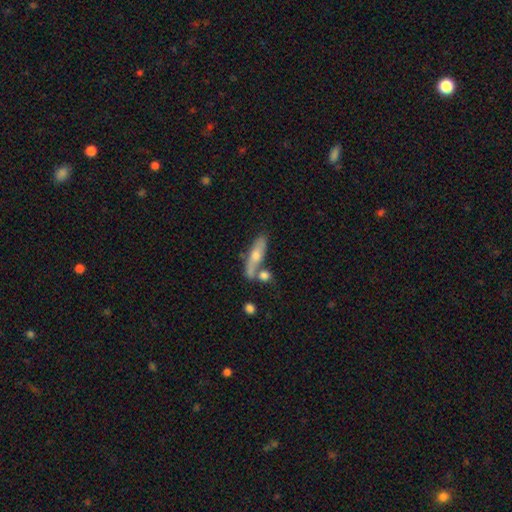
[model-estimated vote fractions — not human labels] Smooth or featured?
  - smooth: 52% *
  - featured or disk: 42%
  - star or artifact: 7%
How rounded?
  - cigar-shaped: 65% *
  - in between: 32%
  - round: 3%
Merging?
  - none: 57% *
  - merger: 23%
  - minor disturbance: 16%
  - major disturbance: 5%